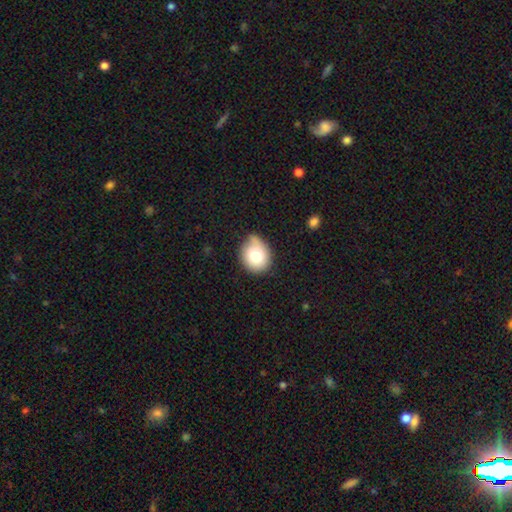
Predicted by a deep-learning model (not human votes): Q: Smooth or featured?
A: smooth (76%); runner-up: featured or disk (15%)
Q: How rounded?
A: round (65%); runner-up: in between (34%)
Q: Merging?
A: none (59%); runner-up: minor disturbance (31%)